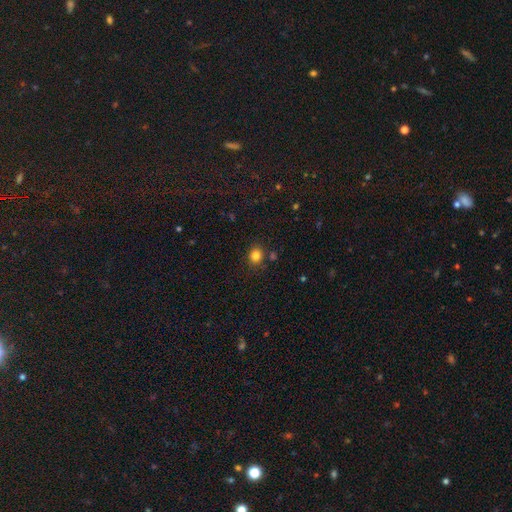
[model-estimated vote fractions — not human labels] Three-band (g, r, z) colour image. It shows a smooth galaxy with no disk features (82%) that is round (75%). Merging: none (81%).